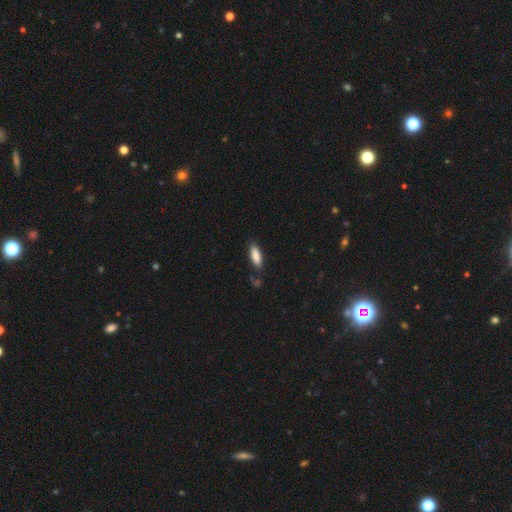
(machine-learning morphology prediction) Overall: smooth (86%). How rounded: in between (65%; cigar-shaped 33%). Merging: none (77%).